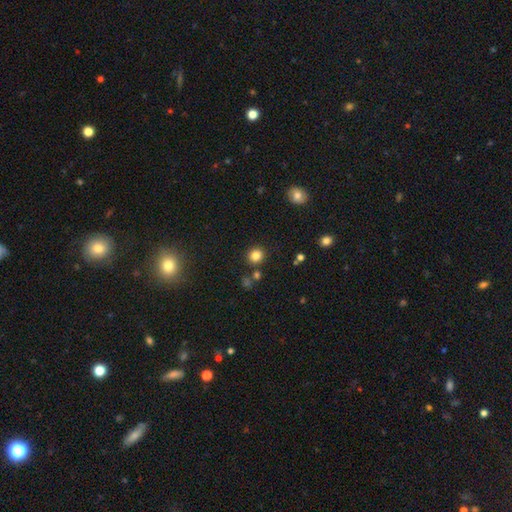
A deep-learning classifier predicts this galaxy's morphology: Overall: smooth (82%). How rounded: round (91%). Merging: none (86%).